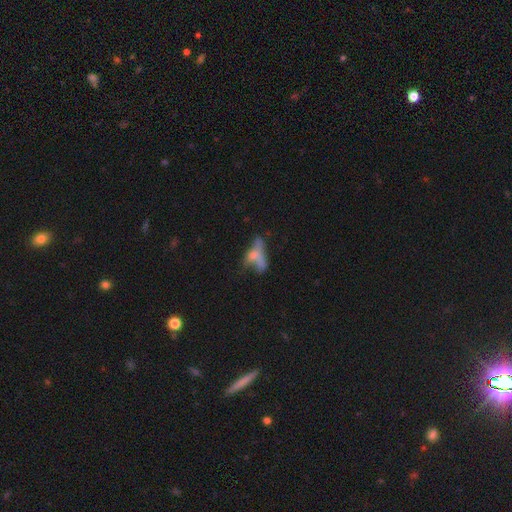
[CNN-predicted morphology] Smooth or featured: smooth — 50% (featured or disk — 35%)
How rounded: in between — 66% (cigar-shaped — 26%)
Merging: merger — 31% (major disturbance — 28%)